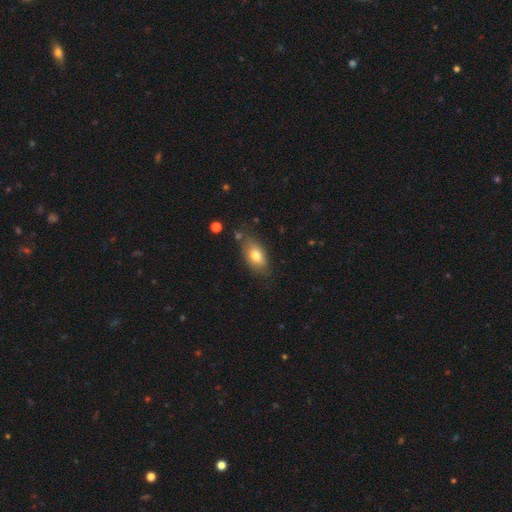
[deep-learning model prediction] This is likely a smooth galaxy (75%). How rounded: clearly in between (89%). Merging: likely none (71%).